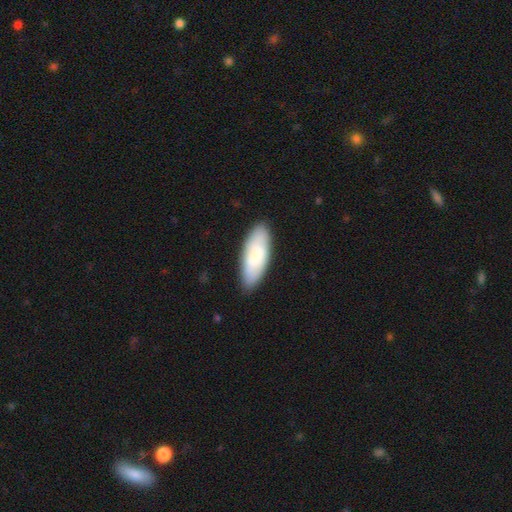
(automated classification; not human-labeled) A smooth galaxy with no disk features (80%) that is in between round and cigar-shaped (73%). Merging: none (85%).